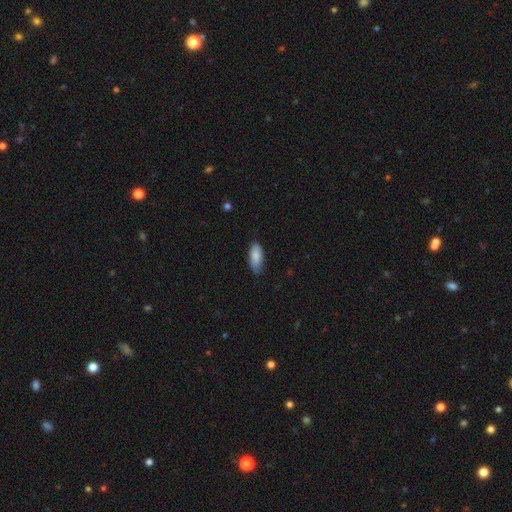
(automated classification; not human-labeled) Smooth or featured? smooth (84%)
How rounded? in between (83%)
Merging? none (77%)